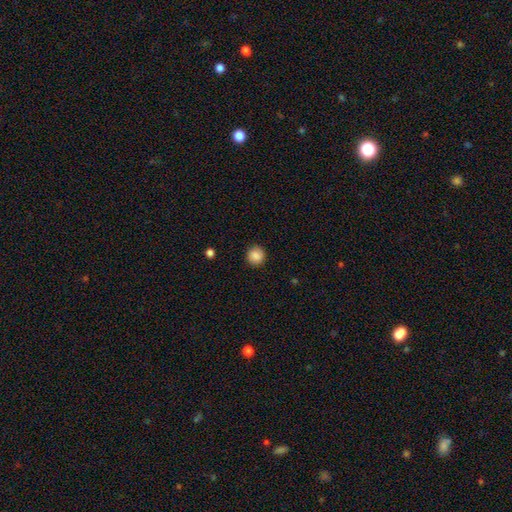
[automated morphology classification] Smooth or featured? Predicted: smooth (p=0.87). How rounded? Predicted: round (p=0.91). Merging? Predicted: none (p=0.90).